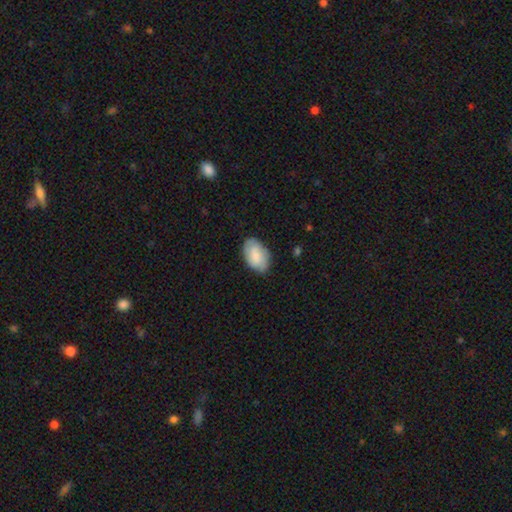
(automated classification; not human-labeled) A smooth galaxy with no disk features (75%) that is in between round and cigar-shaped (93%). Merging: none (78%).